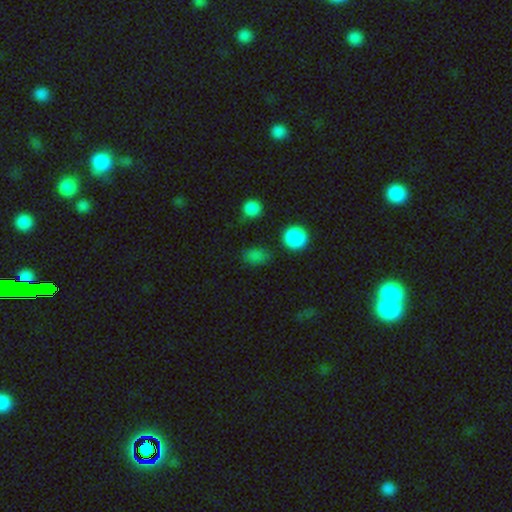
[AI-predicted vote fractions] smooth_or_featured: smooth (p=0.79) [alt: star or artifact p=0.16]
how_rounded: in between (p=0.65) [alt: round p=0.33]
merging: none (p=0.74) [alt: minor disturbance p=0.15]